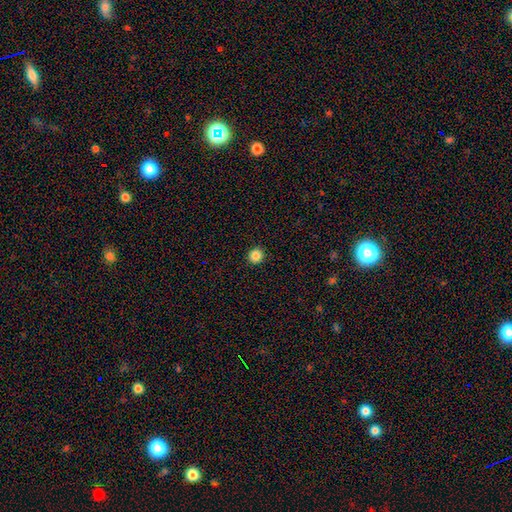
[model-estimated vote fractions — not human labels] A smooth galaxy with no disk features (85%) that is round (93%).

Vote fractions:
- Smooth or featured? smooth: 85% / star or artifact: 11% / featured or disk: 4%
- How rounded? round: 93% / in between: 6% / cigar-shaped: 1%
- Merging? none: 93% / minor disturbance: 4% / major disturbance: 1% / merger: 1%